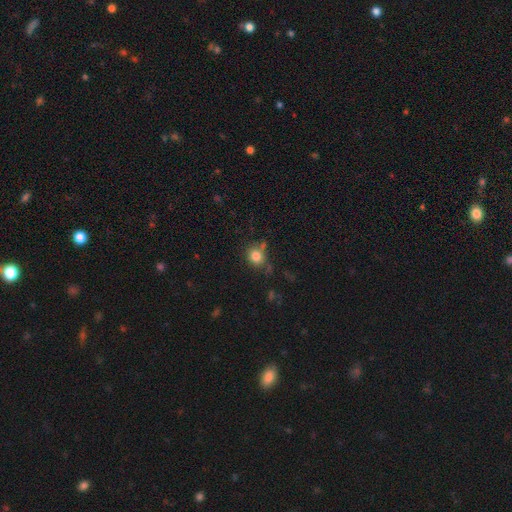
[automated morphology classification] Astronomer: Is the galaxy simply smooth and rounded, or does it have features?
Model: smooth — 82%.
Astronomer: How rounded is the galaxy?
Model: round — 73%.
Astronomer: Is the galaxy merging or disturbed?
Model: none — 67%.